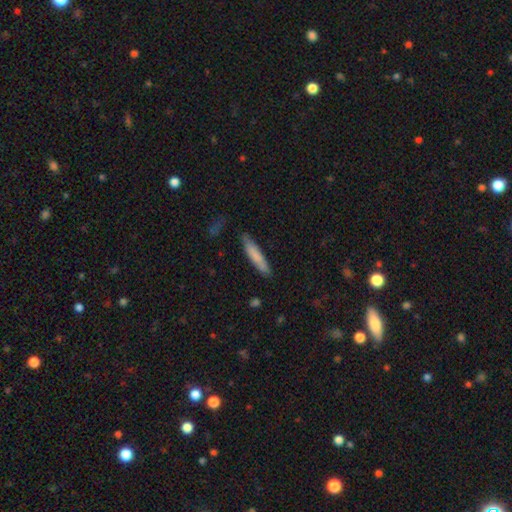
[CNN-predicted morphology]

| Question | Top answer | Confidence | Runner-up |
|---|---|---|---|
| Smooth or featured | smooth | 78% | featured or disk (16%) |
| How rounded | cigar-shaped | 91% | in between (8%) |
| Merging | none | 82% | minor disturbance (14%) |